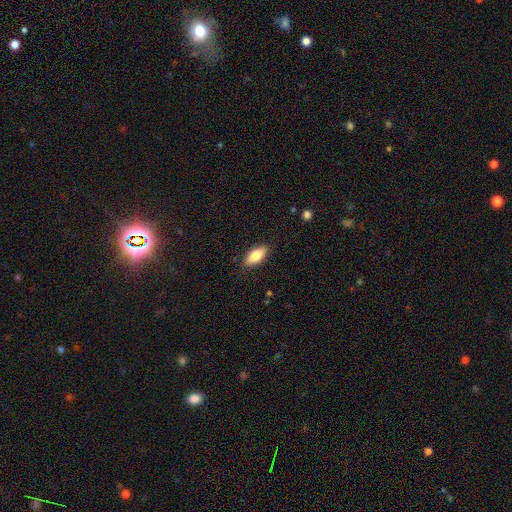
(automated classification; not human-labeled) This is likely a smooth galaxy (78%). How rounded: clearly in between (84%). Merging: clearly none (87%).